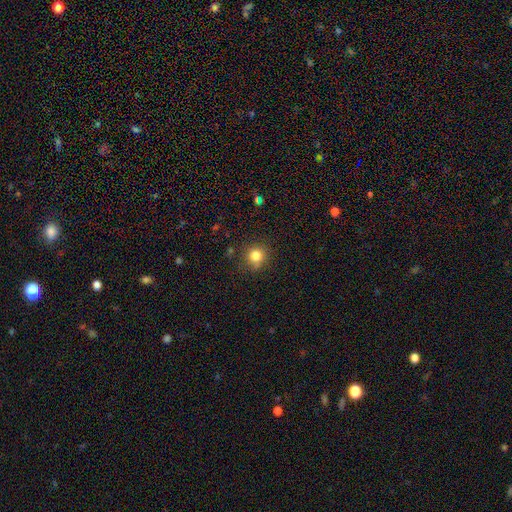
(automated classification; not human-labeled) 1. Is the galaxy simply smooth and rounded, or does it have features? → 82% smooth, 13% star or artifact, 6% featured or disk.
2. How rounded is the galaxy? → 89% round, 10% in between, 1% cigar-shaped.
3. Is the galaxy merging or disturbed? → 80% none, 13% minor disturbance, 4% major disturbance, 3% merger.